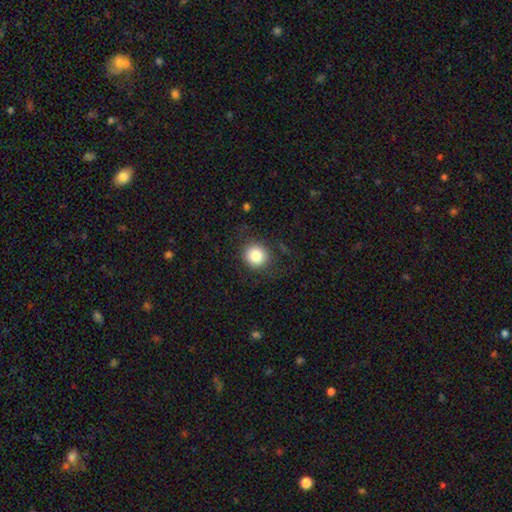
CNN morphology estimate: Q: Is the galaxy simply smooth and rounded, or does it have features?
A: smooth — 83%.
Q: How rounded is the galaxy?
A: round — 88%.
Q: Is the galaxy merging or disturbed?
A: none — 83%.